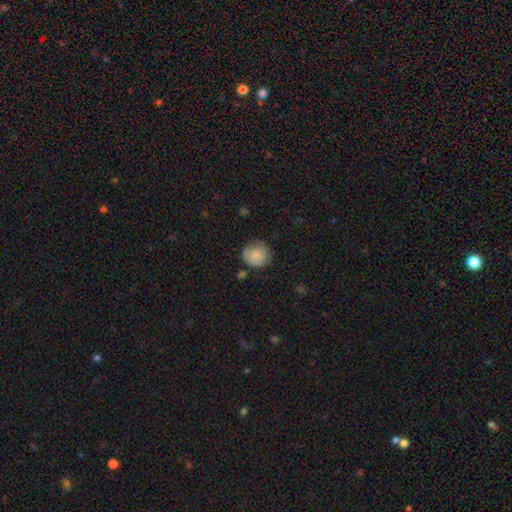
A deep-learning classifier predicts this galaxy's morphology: Smooth or featured? smooth (81%)
How rounded? round (88%)
Merging? none (73%)